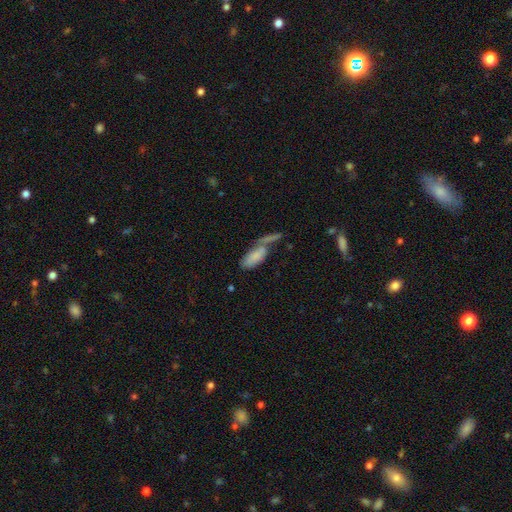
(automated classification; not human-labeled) A smooth galaxy with no disk features (76%) that is in between round and cigar-shaped (81%). Merging: merger (43%).